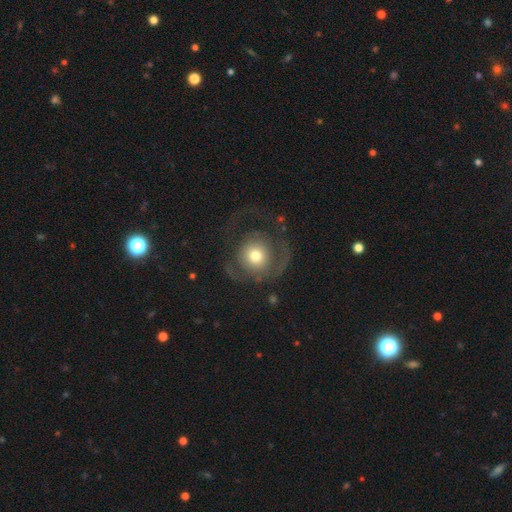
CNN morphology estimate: smooth_or_featured: featured or disk (p=0.48) [alt: smooth p=0.44]
merging: major disturbance (p=0.43) [alt: none p=0.41]